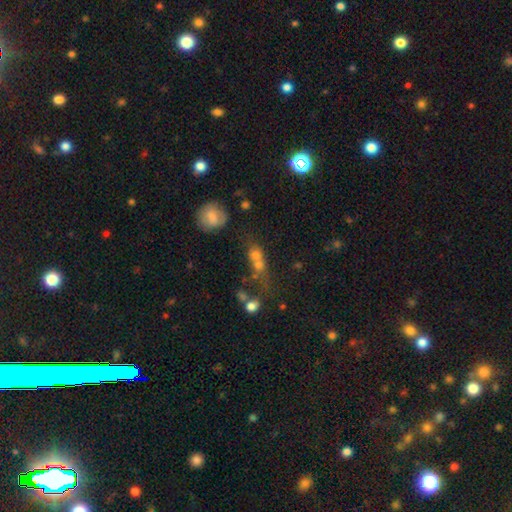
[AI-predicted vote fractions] Morphology: type=smooth (62%); roundness=round (55%); merging=merger (53%).